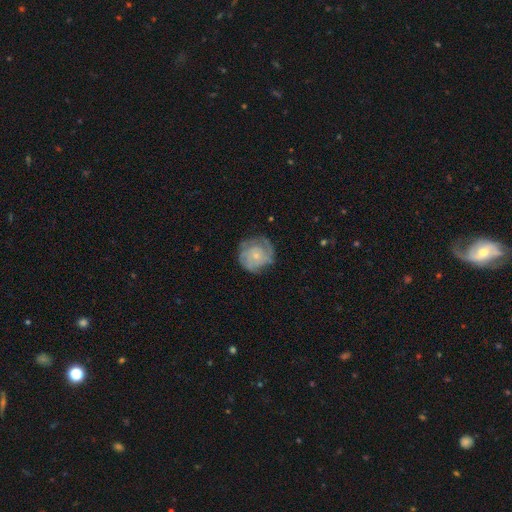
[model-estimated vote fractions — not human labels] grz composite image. It shows a featured or disk galaxy (62%) with no bar (83%), spiral arms (78%) and a small central bulge (72%). Merging: none (65%).